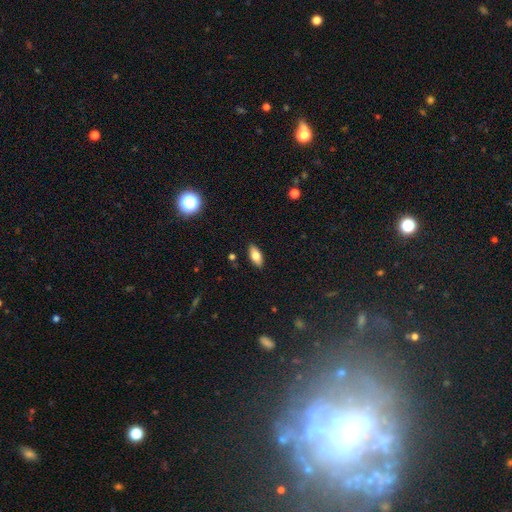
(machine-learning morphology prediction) This appears to be a smooth galaxy with no disk features (75%) that is in between round and cigar-shaped (87%). Merging: none (88%).